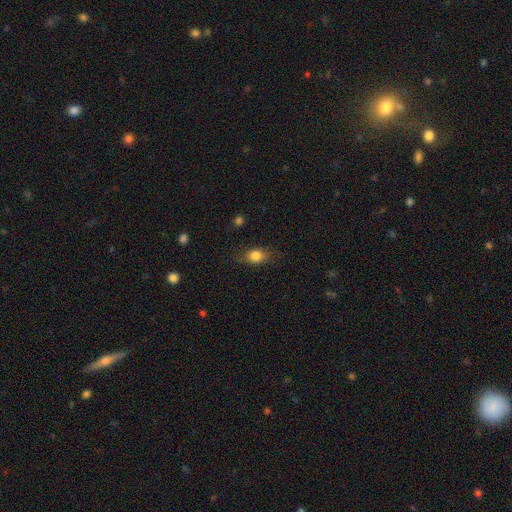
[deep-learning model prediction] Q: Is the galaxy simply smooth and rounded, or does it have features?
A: smooth — 81%.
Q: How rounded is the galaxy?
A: in between — 65%.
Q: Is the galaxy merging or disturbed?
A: none — 76%.